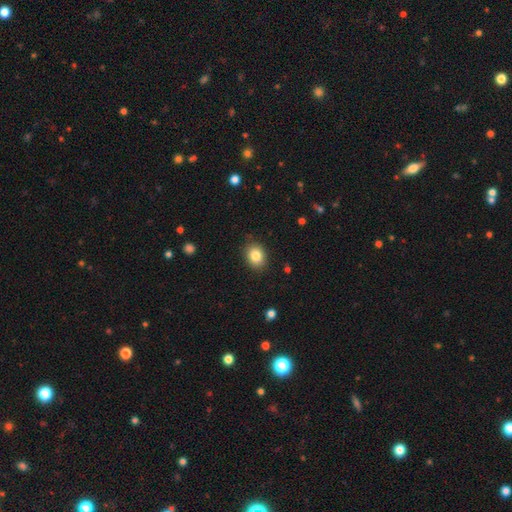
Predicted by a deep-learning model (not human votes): smooth-or-featured: smooth: 84% | star or artifact: 9% | featured or disk: 7%
  how-rounded: in between: 53% | round: 46% | cigar-shaped: 1%
  merging: none: 87% | minor disturbance: 10% | major disturbance: 2% | merger: 1%